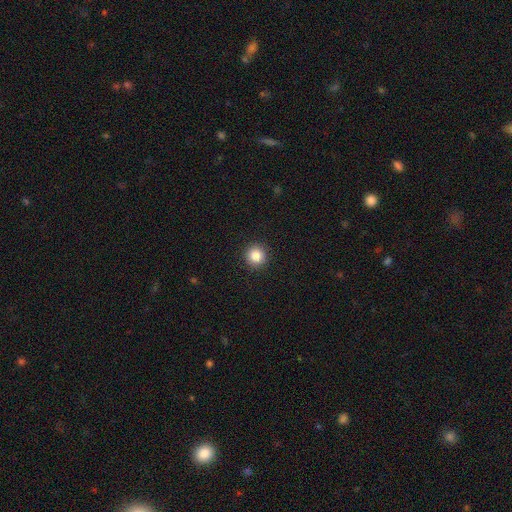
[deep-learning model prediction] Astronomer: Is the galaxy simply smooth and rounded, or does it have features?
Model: smooth — 85%.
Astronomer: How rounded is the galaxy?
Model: round — 95%.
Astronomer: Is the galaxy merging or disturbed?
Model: none — 93%.